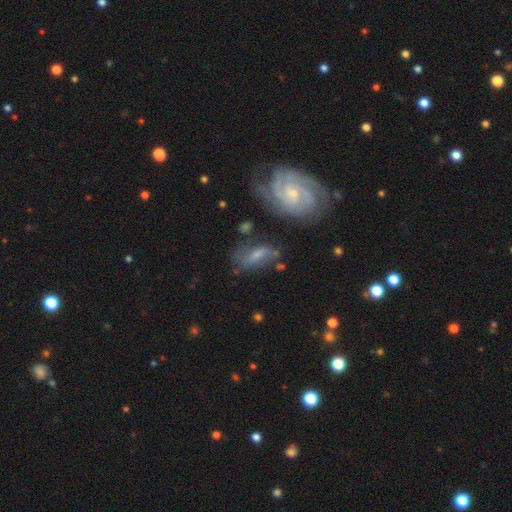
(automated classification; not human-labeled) A featured or disk galaxy (63%) with a weak bar (44%), 2 (46%) tight (43%) spiral arms (86%) and a small central bulge (61%).

Vote fractions:
- Smooth or featured? featured or disk: 63% / smooth: 26% / star or artifact: 12%
- Edge-on disk? no: 93% / yes: 7%
- Bar? weak: 44% / no: 39% / strong: 17%
- Spiral arms? yes: 86% / no: 14%
- Spiral winding? tight: 43% / medium: 38% / loose: 18%
- Spiral arm count? 2: 46% / can't tell: 29% / 3: 13% / 4: 4% / 1: 4% / more than 4: 3%
- Bulge size? small: 61% / moderate: 26% / none: 9% / large: 3% / dominant: 1%
- Merging? none: 58% / minor disturbance: 22% / major disturbance: 12% / merger: 8%